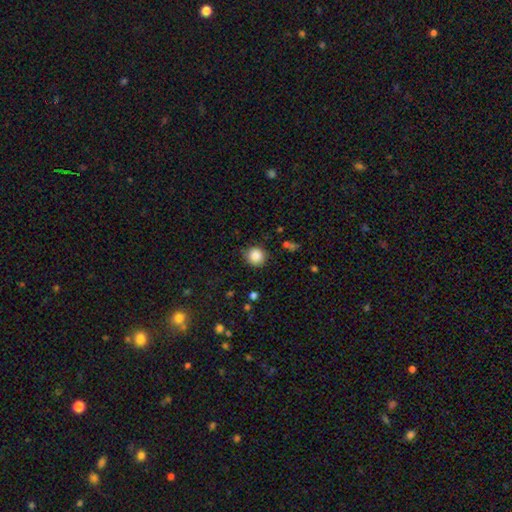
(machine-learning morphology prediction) Overall: smooth (86%). How rounded: round (90%). Merging: none (84%).